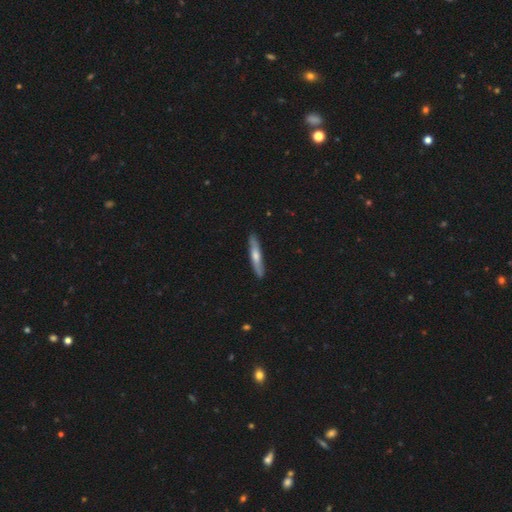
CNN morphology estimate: Smooth or featured? Predicted: smooth (p=0.54). How rounded? Predicted: cigar-shaped (p=0.91). Merging? Predicted: none (p=0.88).